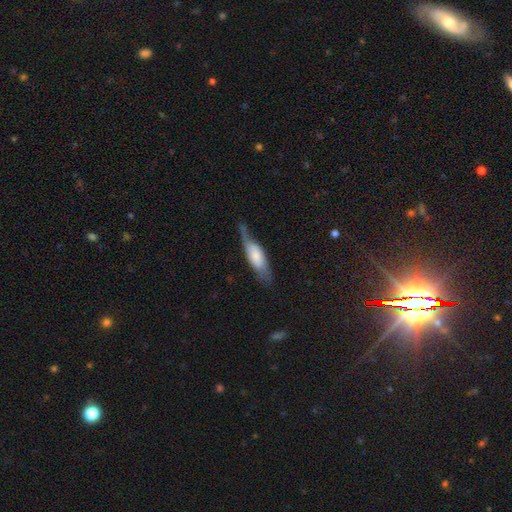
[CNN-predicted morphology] smooth 59%, featured or disk 35%, star or artifact 6%. Down the decision tree: how rounded — in between (52%); merging — none (44%).